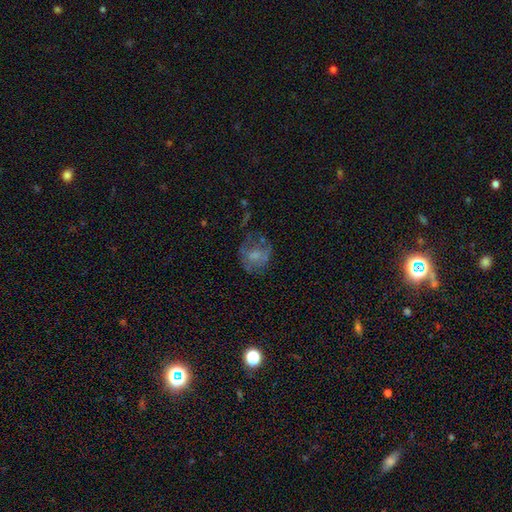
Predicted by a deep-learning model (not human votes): smooth_or_featured: smooth (p=0.45) [alt: featured or disk p=0.43]
merging: none (p=0.45) [alt: major disturbance p=0.29]